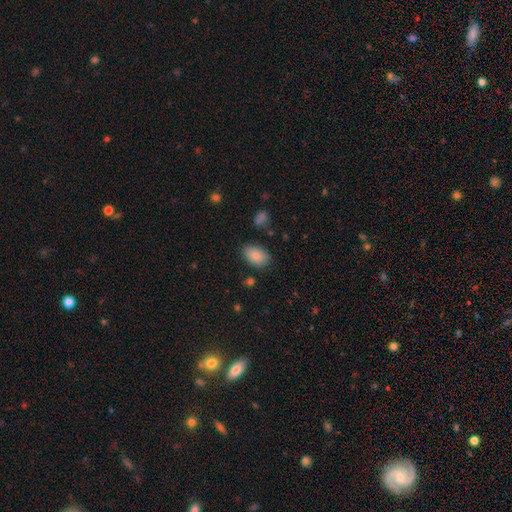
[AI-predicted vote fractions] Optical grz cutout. It shows a smooth galaxy with no disk features (85%) that is in between round and cigar-shaped (87%). Merging: none (79%).